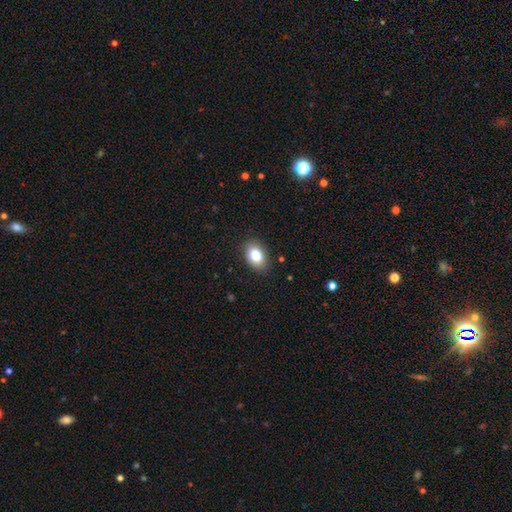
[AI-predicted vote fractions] Overall: smooth (83%). How rounded: in between (83%). Merging: none (86%).